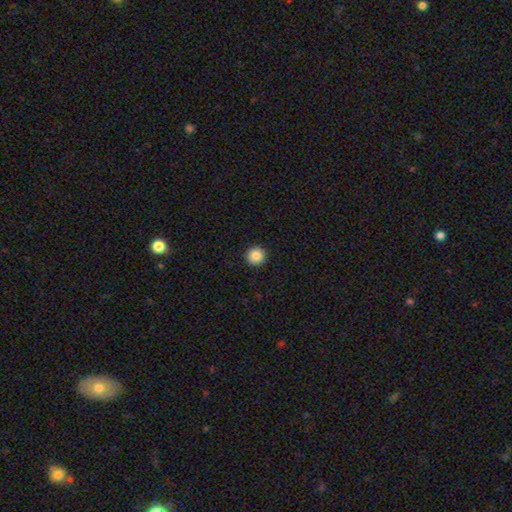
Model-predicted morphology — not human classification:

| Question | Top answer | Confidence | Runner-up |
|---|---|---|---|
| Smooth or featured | smooth | 86% | star or artifact (10%) |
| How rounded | round | 95% | in between (4%) |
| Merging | none | 93% | minor disturbance (4%) |